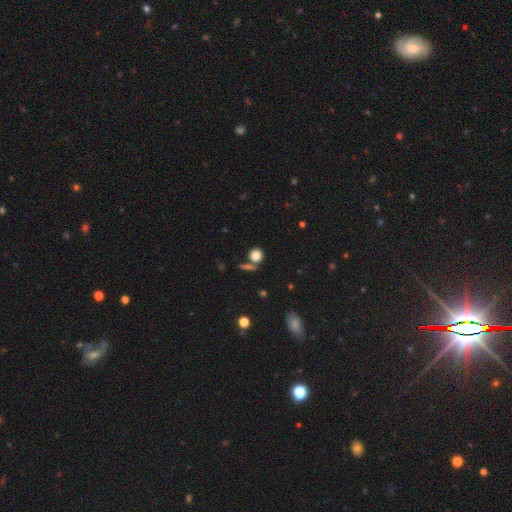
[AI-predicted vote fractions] Smooth or featured?
  - smooth: 80% *
  - star or artifact: 13%
  - featured or disk: 7%
How rounded?
  - round: 86% *
  - in between: 11%
  - cigar-shaped: 3%
Merging?
  - none: 70% *
  - merger: 17%
  - minor disturbance: 9%
  - major disturbance: 4%